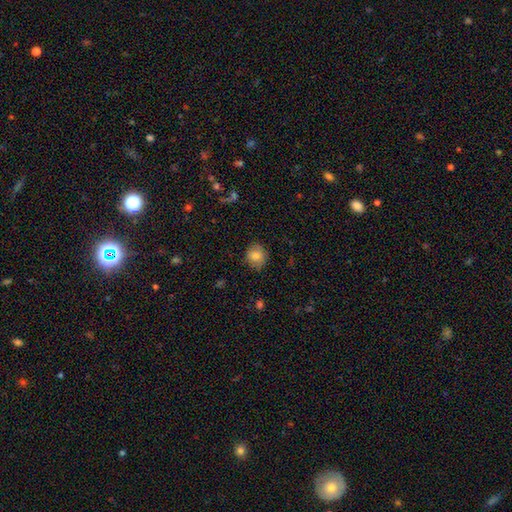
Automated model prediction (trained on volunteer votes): Smooth or featured?
  - smooth: 80% *
  - featured or disk: 11%
  - star or artifact: 9%
How rounded?
  - round: 77% *
  - in between: 22%
  - cigar-shaped: 1%
Merging?
  - none: 81% *
  - minor disturbance: 15%
  - major disturbance: 3%
  - merger: 1%